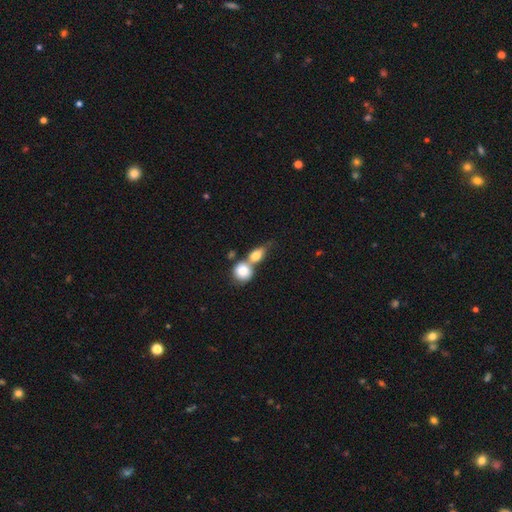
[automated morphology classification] This appears to be a smooth galaxy with no disk features (78%) that is in between round and cigar-shaped (55%). Merging: merger (61%).